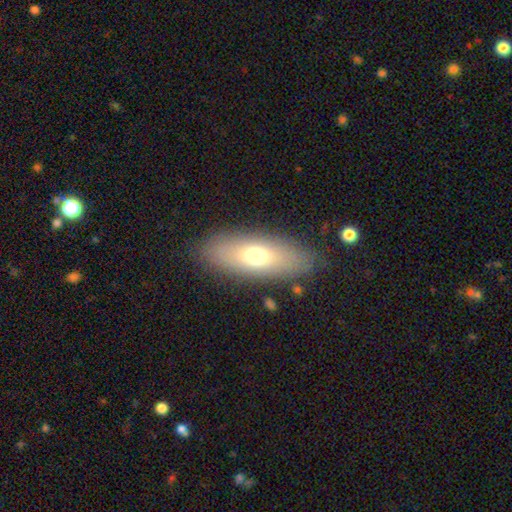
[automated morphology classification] type=smooth (65%); roundness=in between (75%); merging=none (84%).